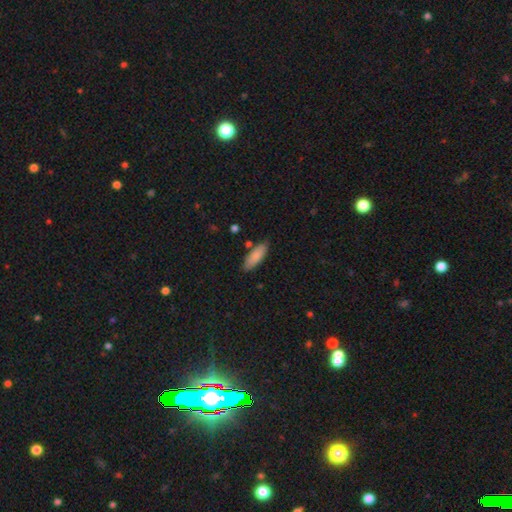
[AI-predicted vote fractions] Morphology: type=smooth (86%); roundness=in between (63%); merging=none (80%).